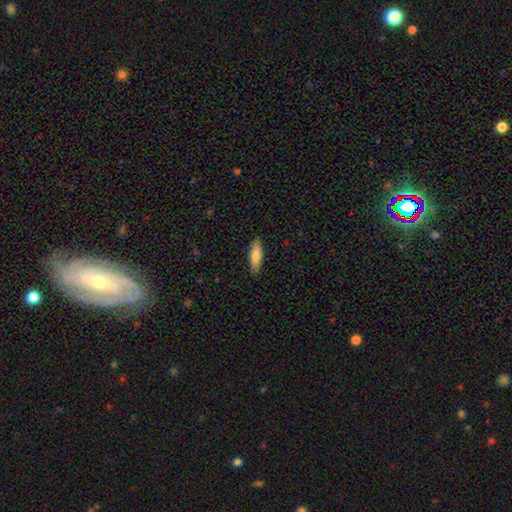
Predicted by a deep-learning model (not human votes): Smooth or featured? smooth (77%)
How rounded? cigar-shaped (57%)
Merging? none (88%)